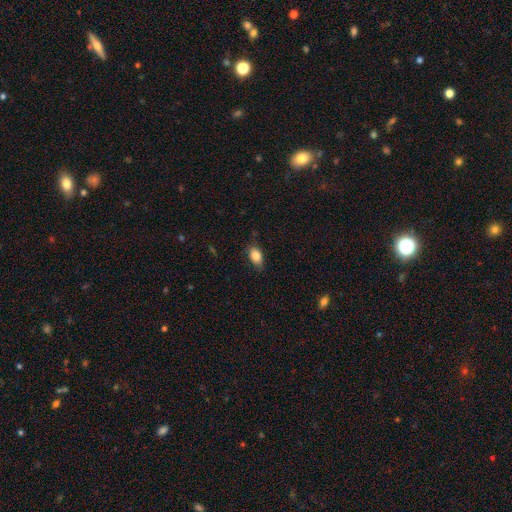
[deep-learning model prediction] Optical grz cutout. It shows a smooth galaxy with no disk features (86%) that is in between round and cigar-shaped (88%). Merging: none (77%).